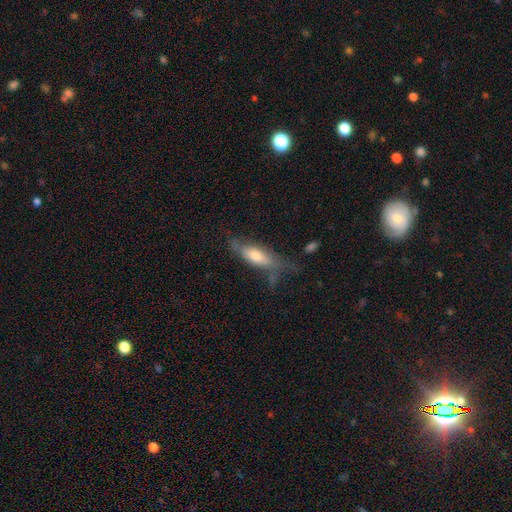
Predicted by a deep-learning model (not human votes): Smooth or featured? smooth (59%)
How rounded? in between (60%)
Merging? none (48%)